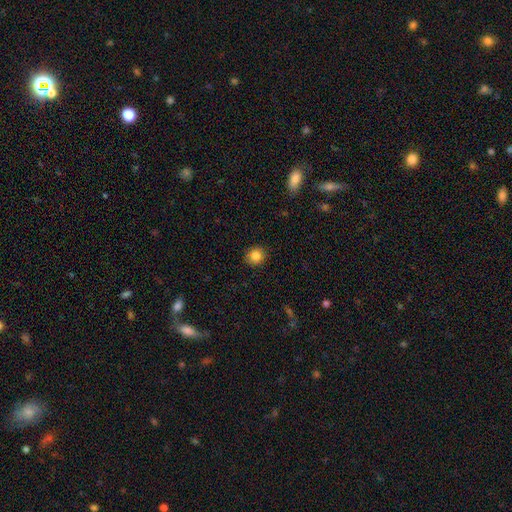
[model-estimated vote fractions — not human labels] smooth_or_featured: smooth (p=0.84) [alt: star or artifact p=0.10]
how_rounded: round (p=0.81) [alt: in between p=0.18]
merging: none (p=0.87) [alt: minor disturbance p=0.10]